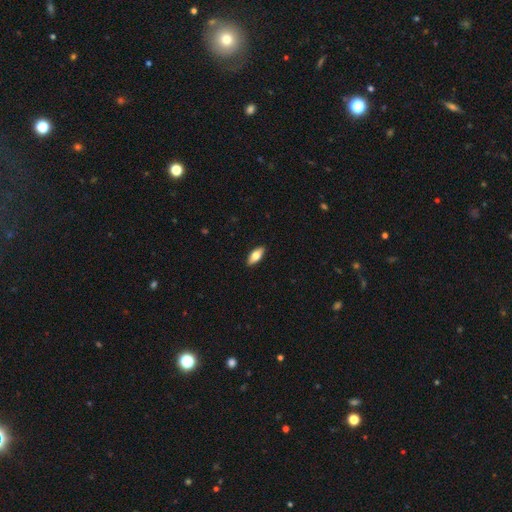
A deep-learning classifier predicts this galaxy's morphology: Overall: smooth (70%). How rounded: in between (81%). Merging: none (90%).